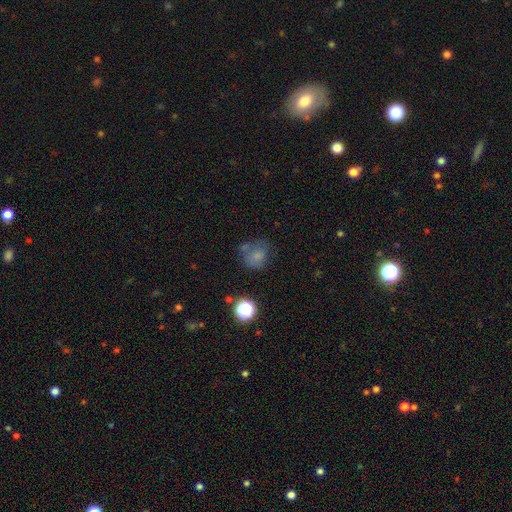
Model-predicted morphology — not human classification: Smooth or featured? smooth (70%)
How rounded? round (74%)
Merging? none (51%)